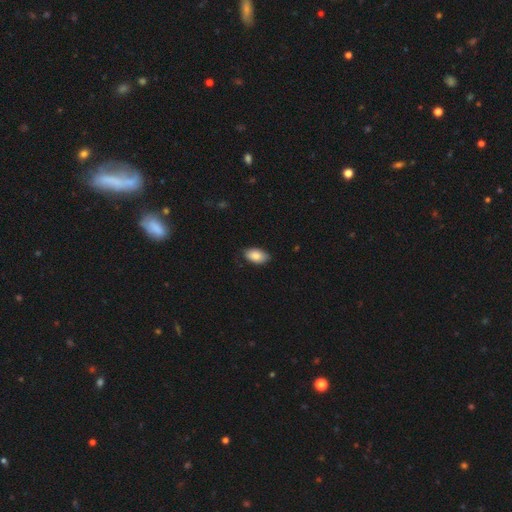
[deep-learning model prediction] Smooth or featured?
  - smooth: 87% *
  - featured or disk: 7%
  - star or artifact: 7%
How rounded?
  - in between: 93% *
  - round: 5%
  - cigar-shaped: 2%
Merging?
  - none: 78% *
  - minor disturbance: 18%
  - major disturbance: 3%
  - merger: 1%